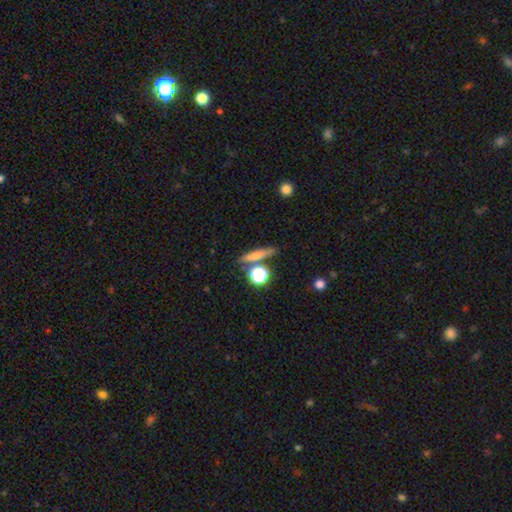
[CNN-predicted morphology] Overall: smooth (68%). How rounded: cigar-shaped (70%). Merging: none (73%).